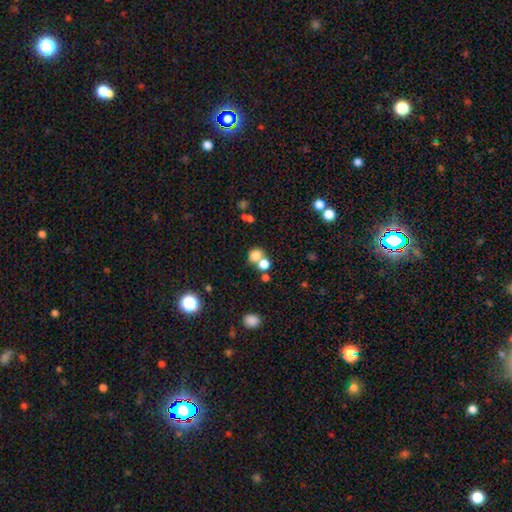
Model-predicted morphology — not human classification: smooth-or-featured: smooth: 75% | star or artifact: 14% | featured or disk: 10%
  how-rounded: round: 68% | in between: 30% | cigar-shaped: 1%
  merging: merger: 44% | none: 43% | minor disturbance: 9% | major disturbance: 5%